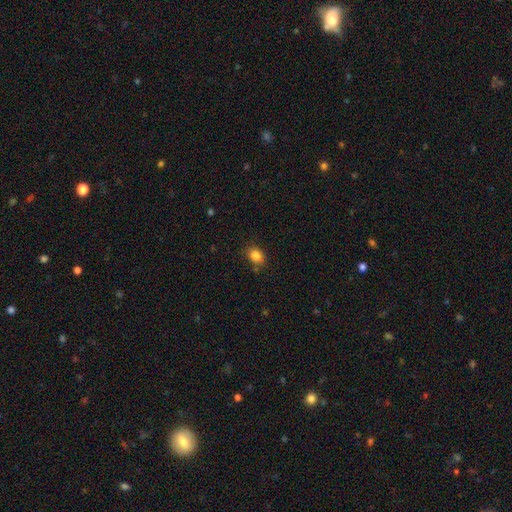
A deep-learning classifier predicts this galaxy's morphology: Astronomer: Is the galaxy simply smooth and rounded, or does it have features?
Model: smooth — 83%.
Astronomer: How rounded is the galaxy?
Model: in between — 53% (runner-up: round, 46%).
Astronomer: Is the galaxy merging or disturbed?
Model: none — 78%.